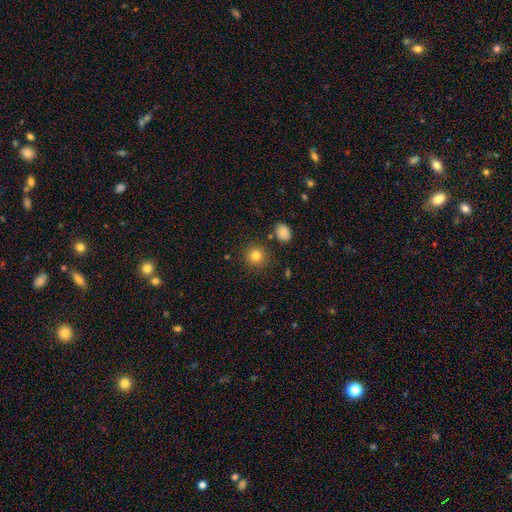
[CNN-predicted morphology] The model was most divided on "smooth or featured": smooth: 82%, star or artifact: 12%, featured or disk: 6%. More confident: how rounded — round (90%); merging — none (87%).